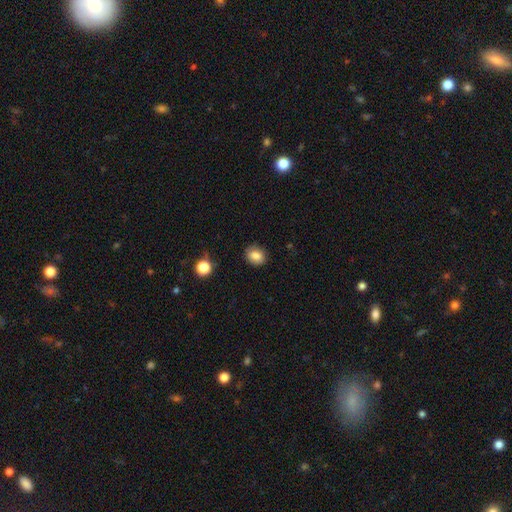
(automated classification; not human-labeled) Q: Smooth or featured?
A: smooth (83%); runner-up: star or artifact (10%)
Q: How rounded?
A: round (55%); runner-up: in between (44%)
Q: Merging?
A: none (83%); runner-up: minor disturbance (13%)